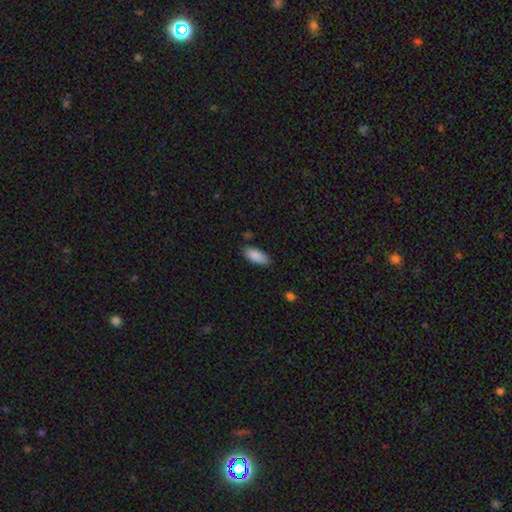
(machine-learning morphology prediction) A smooth galaxy with no disk features (89%) that is in between round and cigar-shaped (87%). Merging: none (82%).